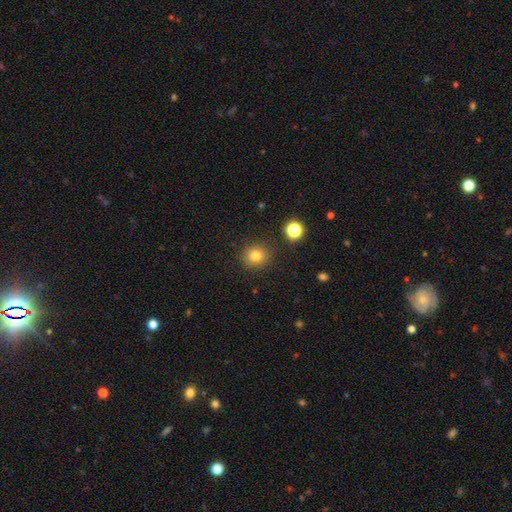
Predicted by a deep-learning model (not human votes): Overall: smooth (79%). How rounded: round (82%). Merging: none (87%).